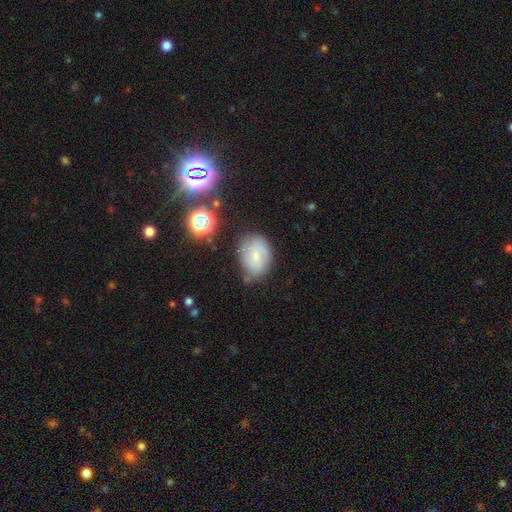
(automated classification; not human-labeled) Q: Smooth or featured?
A: smooth (57%); runner-up: featured or disk (31%)
Q: How rounded?
A: in between (67%); runner-up: round (32%)
Q: Merging?
A: none (61%); runner-up: minor disturbance (27%)